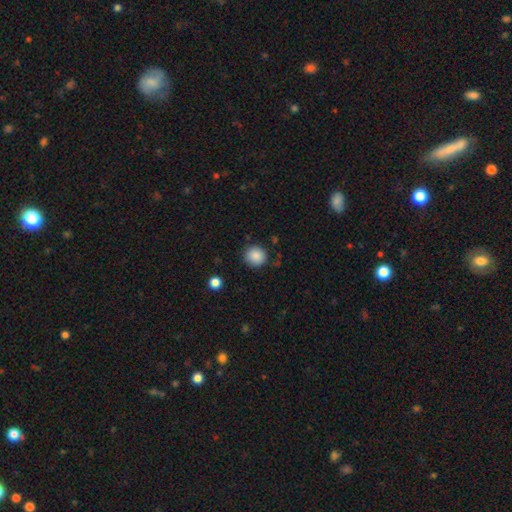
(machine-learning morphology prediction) Smooth or featured: smooth — 87% (star or artifact — 9%)
How rounded: round — 91% (in between — 8%)
Merging: none — 87% (minor disturbance — 9%)